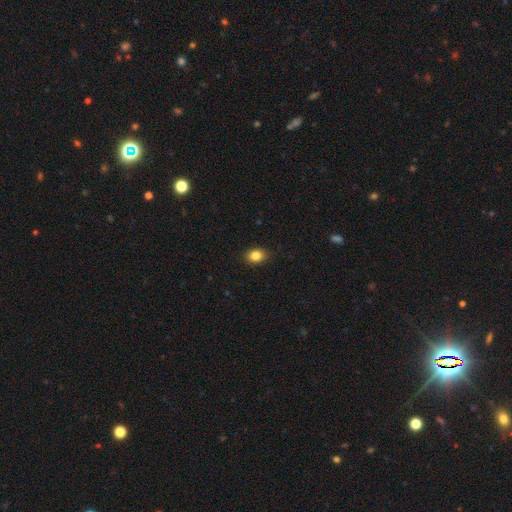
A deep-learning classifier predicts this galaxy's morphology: Smooth or featured: smooth — 84% (star or artifact — 10%)
How rounded: in between — 66% (round — 33%)
Merging: none — 88% (minor disturbance — 9%)